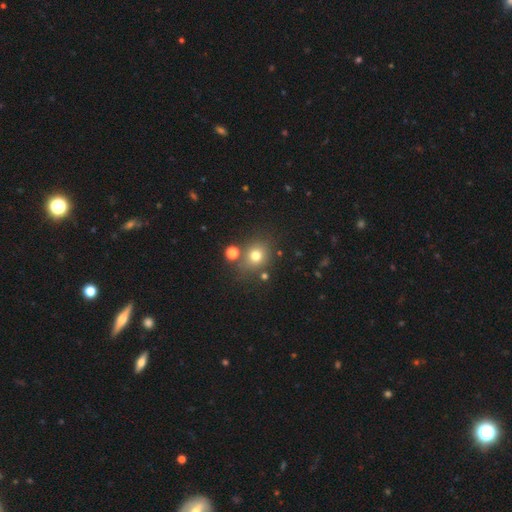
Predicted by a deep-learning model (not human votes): Smooth or featured? smooth (73%)
How rounded? round (78%)
Merging? none (74%)